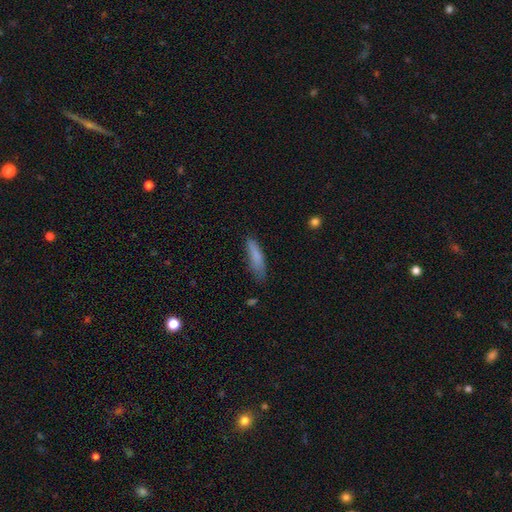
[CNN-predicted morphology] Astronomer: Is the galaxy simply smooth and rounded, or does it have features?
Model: smooth — 81%.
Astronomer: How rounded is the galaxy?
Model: cigar-shaped — 75%.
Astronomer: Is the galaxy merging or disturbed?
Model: none — 70%.